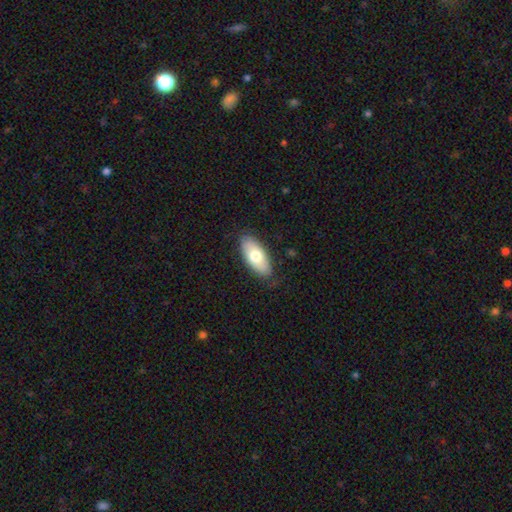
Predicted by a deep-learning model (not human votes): A smooth galaxy with no disk features (71%) that is in between round and cigar-shaped (90%). Merging: none (83%).